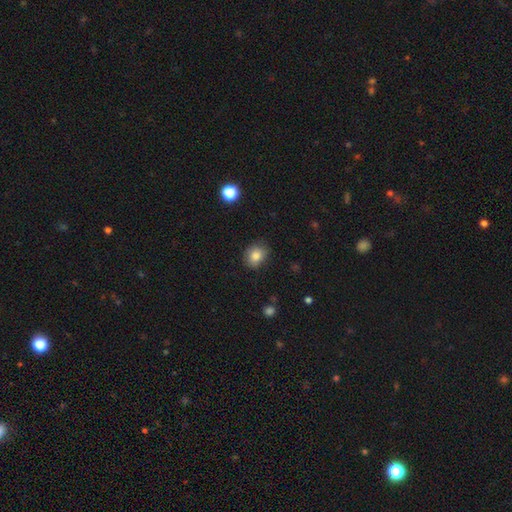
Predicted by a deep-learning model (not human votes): Smooth or featured?
  - smooth: 83% *
  - star or artifact: 10%
  - featured or disk: 7%
How rounded?
  - round: 52% *
  - in between: 47%
  - cigar-shaped: 1%
Merging?
  - none: 79% *
  - minor disturbance: 17%
  - major disturbance: 3%
  - merger: 1%